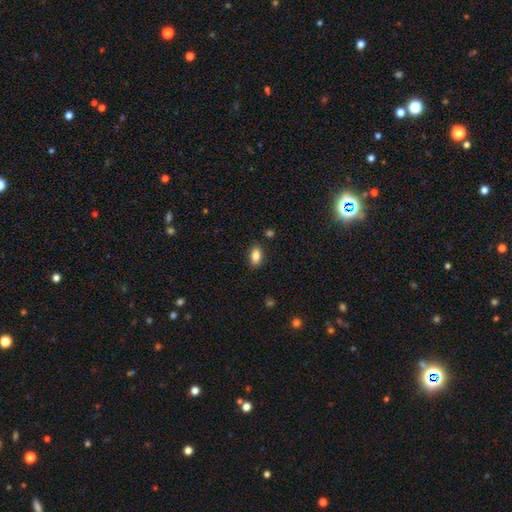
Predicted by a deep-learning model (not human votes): Q: Smooth or featured?
A: smooth (84%); runner-up: star or artifact (8%)
Q: How rounded?
A: in between (89%); runner-up: round (6%)
Q: Merging?
A: none (86%); runner-up: minor disturbance (10%)